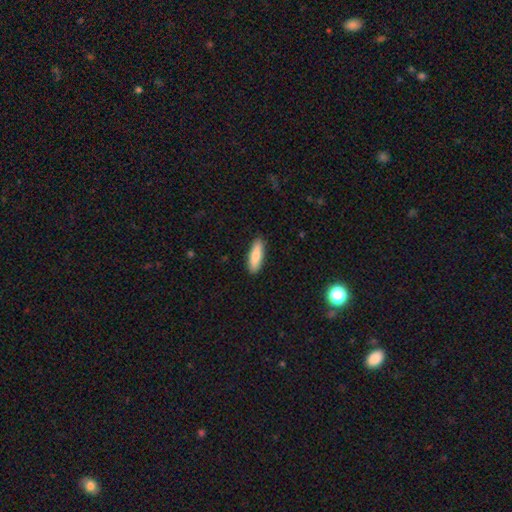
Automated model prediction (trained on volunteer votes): This is clearly a smooth galaxy (80%). How rounded: possibly cigar-shaped (51%). Merging: clearly none (90%).